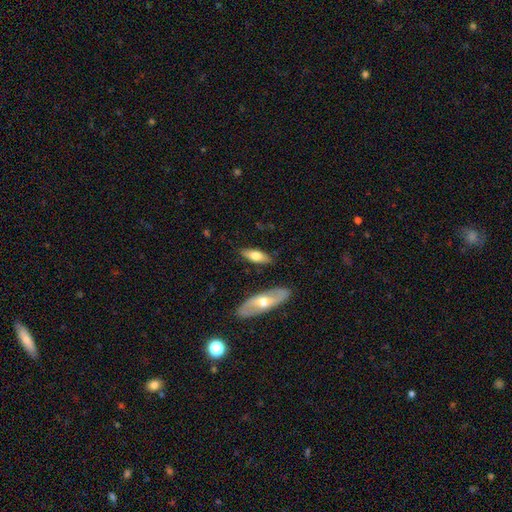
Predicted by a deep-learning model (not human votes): smooth_or_featured: smooth (p=0.60) [alt: featured or disk p=0.35]
how_rounded: in between (p=0.62) [alt: cigar-shaped p=0.35]
merging: none (p=0.81) [alt: minor disturbance p=0.12]